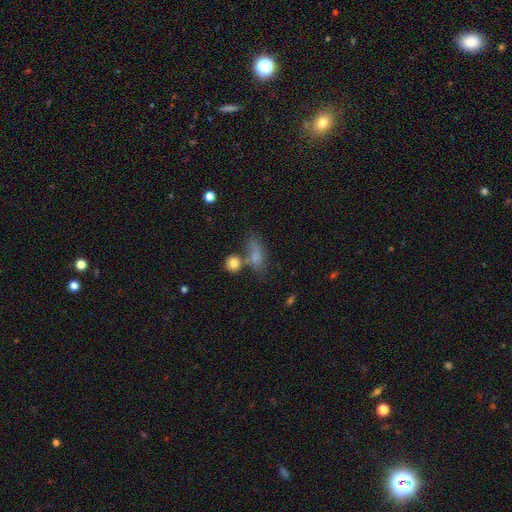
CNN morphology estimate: Smooth or featured? Predicted: smooth (p=0.76). How rounded? Predicted: in between (p=0.69). Merging? Predicted: none (p=0.46).